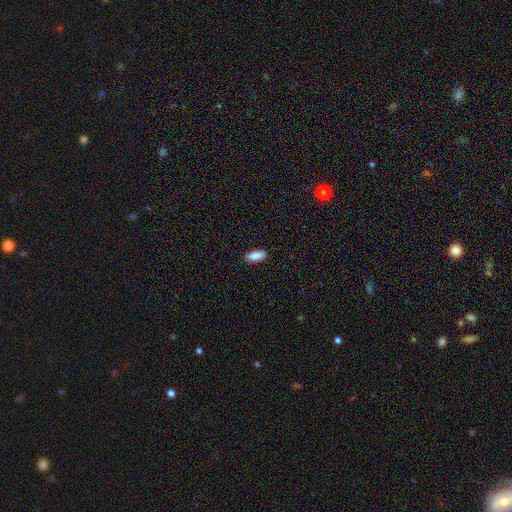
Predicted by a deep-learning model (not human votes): Smooth or featured: smooth — 89% (star or artifact — 6%)
How rounded: in between — 81% (cigar-shaped — 17%)
Merging: none — 89% (minor disturbance — 8%)